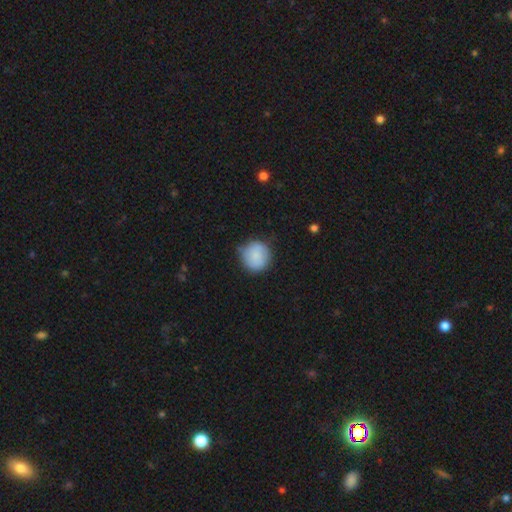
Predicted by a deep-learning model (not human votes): A smooth galaxy with no disk features (83%) that is round (93%).

Vote fractions:
- Smooth or featured? smooth: 83% / featured or disk: 10% / star or artifact: 7%
- How rounded? round: 93% / in between: 7% / cigar-shaped: 1%
- Merging? none: 76% / minor disturbance: 18% / major disturbance: 4% / merger: 2%